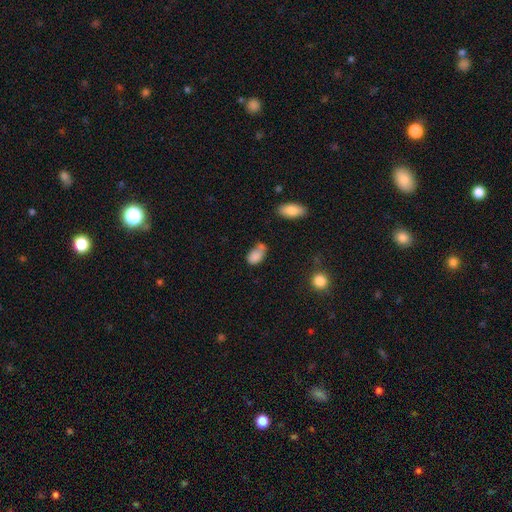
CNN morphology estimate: smooth_or_featured: smooth (p=0.81) [alt: star or artifact p=0.09]
how_rounded: in between (p=0.89) [alt: round p=0.09]
merging: none (p=0.37) [alt: minor disturbance p=0.27]